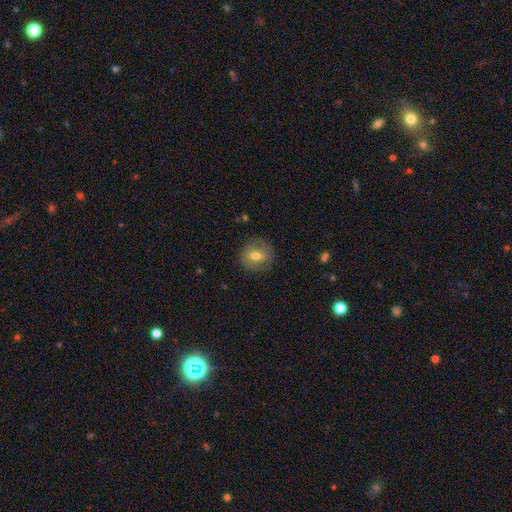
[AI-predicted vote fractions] smooth_or_featured: smooth (p=0.64) [alt: featured or disk p=0.27]
how_rounded: round (p=0.86) [alt: in between p=0.13]
merging: none (p=0.83) [alt: minor disturbance p=0.12]